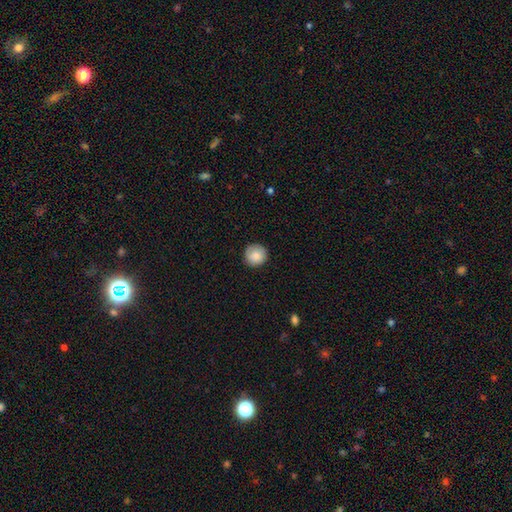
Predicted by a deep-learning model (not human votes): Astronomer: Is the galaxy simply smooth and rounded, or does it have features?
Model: smooth — 84%.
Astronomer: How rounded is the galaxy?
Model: round — 94%.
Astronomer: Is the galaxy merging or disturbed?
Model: none — 89%.